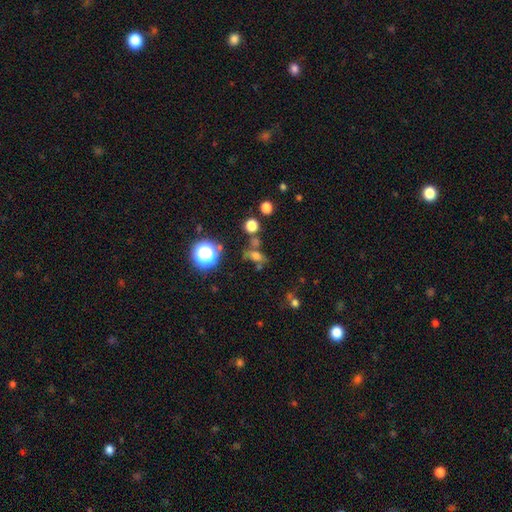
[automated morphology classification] type=smooth (58%); roundness=in between (52%); merging=none (52%).